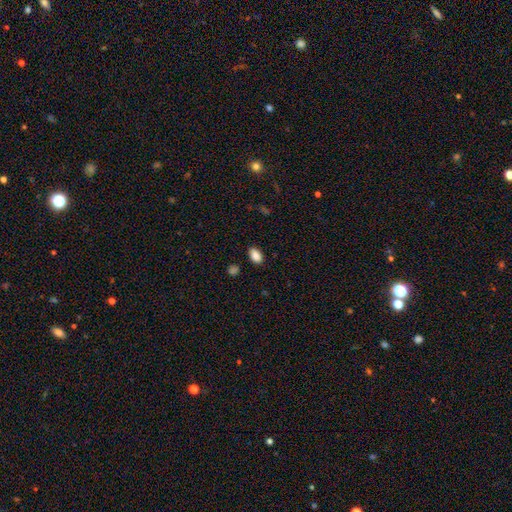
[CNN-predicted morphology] smooth-or-featured: smooth: 88% | star or artifact: 9% | featured or disk: 4%
  how-rounded: in between: 90% | round: 9% | cigar-shaped: 2%
  merging: none: 84% | minor disturbance: 11% | major disturbance: 3% | merger: 2%